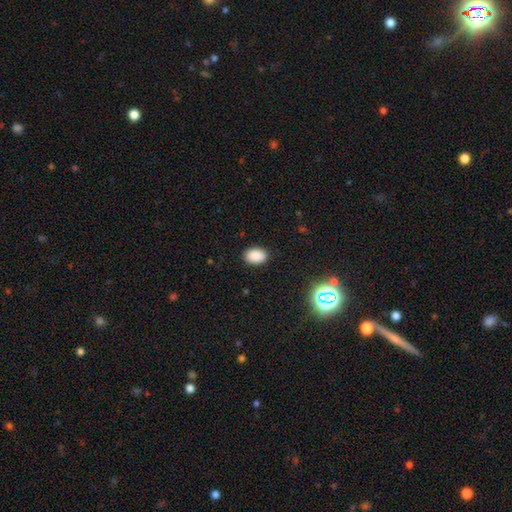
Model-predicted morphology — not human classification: smooth_or_featured: smooth (p=0.87) [alt: star or artifact p=0.09]
how_rounded: in between (p=0.82) [alt: round p=0.16]
merging: none (p=0.89) [alt: minor disturbance p=0.08]